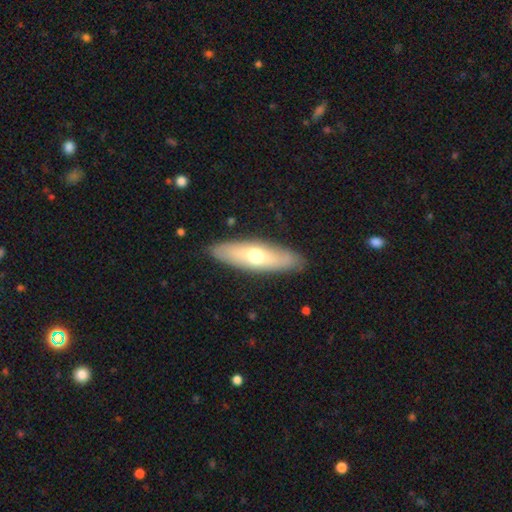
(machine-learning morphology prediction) Smooth or featured? smooth (55%)
How rounded? cigar-shaped (53%)
Merging? none (87%)